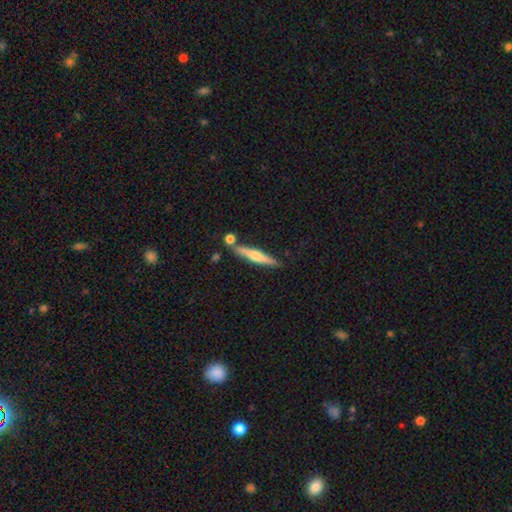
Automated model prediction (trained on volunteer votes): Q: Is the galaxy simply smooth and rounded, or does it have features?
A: featured or disk — 50%.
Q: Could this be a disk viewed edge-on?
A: yes — 96%.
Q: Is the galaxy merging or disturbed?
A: none — 73%.